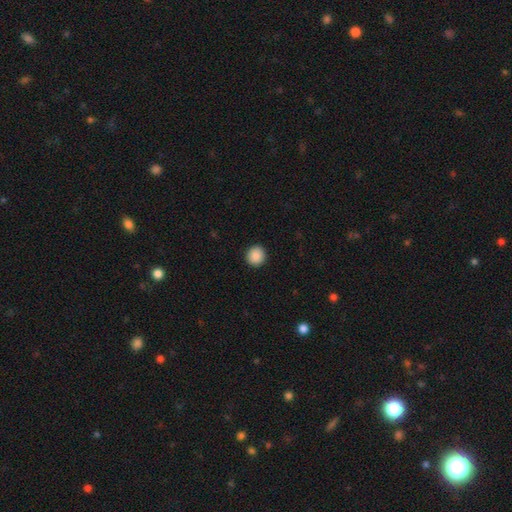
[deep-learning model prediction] A smooth galaxy with no disk features (89%) that is round (92%). Merging: none (93%).